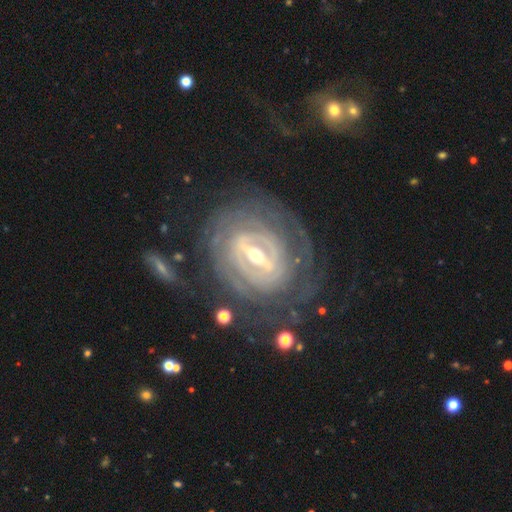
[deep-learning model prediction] smooth-or-featured: featured or disk: 90% | smooth: 5% | star or artifact: 5%
  disk-edge-on: no: 93% | yes: 7%
    bar: strong: 69% | weak: 24% | no: 7%
    has-spiral-arms: yes: 88% | no: 12%
      spiral-winding: tight: 80% | medium: 15% | loose: 5%
      spiral-arm-count: can't tell: 42% | 2: 16% | 4: 14% | 3: 12% | more than 4: 10% | 1: 6%
    bulge-size: moderate: 52% | small: 42% | large: 4% | dominant: 1% | none: 1%
  merging: none: 75% | minor disturbance: 13% | major disturbance: 10% | merger: 2%